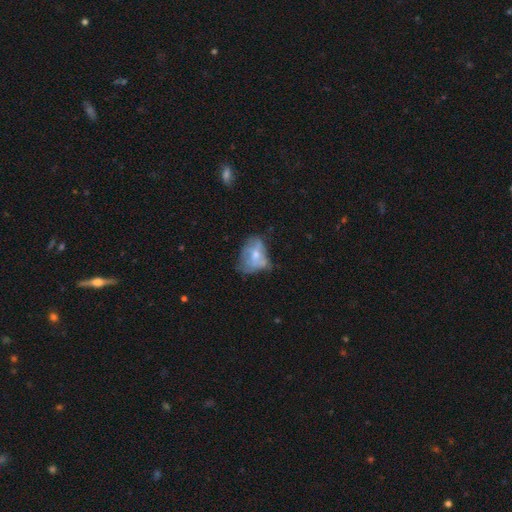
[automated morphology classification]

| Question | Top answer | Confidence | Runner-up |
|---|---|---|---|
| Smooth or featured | smooth | 45% | tied: featured or disk (45%) |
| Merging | none | 32% | major disturbance (31%) |